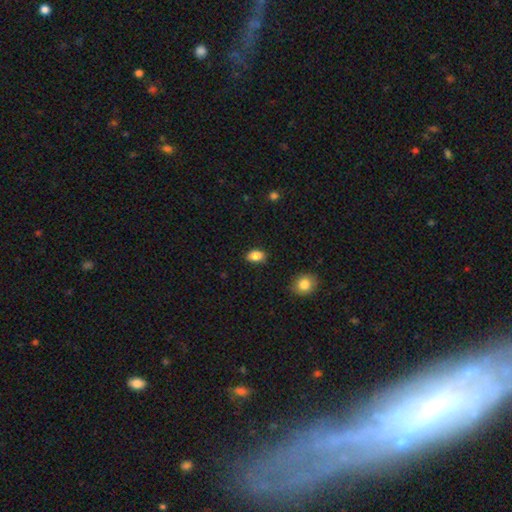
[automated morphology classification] Smooth or featured? Predicted: smooth (p=0.86). How rounded? Predicted: in between (p=0.83). Merging? Predicted: none (p=0.85).